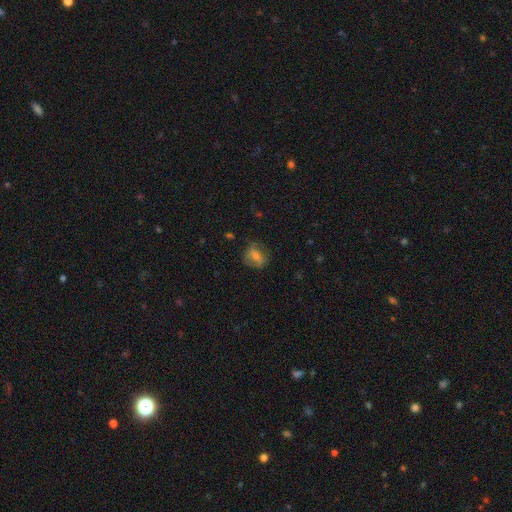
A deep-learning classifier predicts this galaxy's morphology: Smooth or featured?
  - smooth: 55% *
  - featured or disk: 33%
  - star or artifact: 12%
How rounded?
  - round: 52% *
  - in between: 44%
  - cigar-shaped: 4%
Merging?
  - none: 74% *
  - minor disturbance: 18%
  - major disturbance: 7%
  - merger: 2%